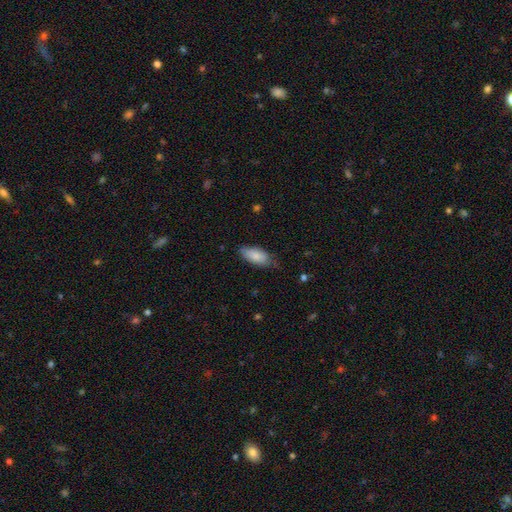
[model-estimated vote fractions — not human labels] Overall: smooth (84%). How rounded: in between (88%). Merging: none (66%; minor disturbance 28%).